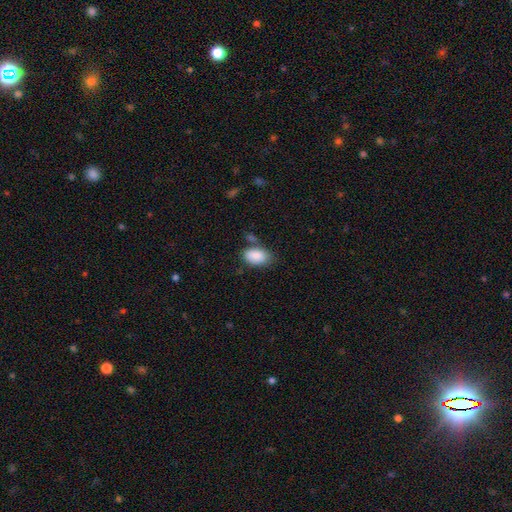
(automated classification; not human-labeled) Morphology: type=smooth (87%); roundness=in between (92%); merging=none (63%).